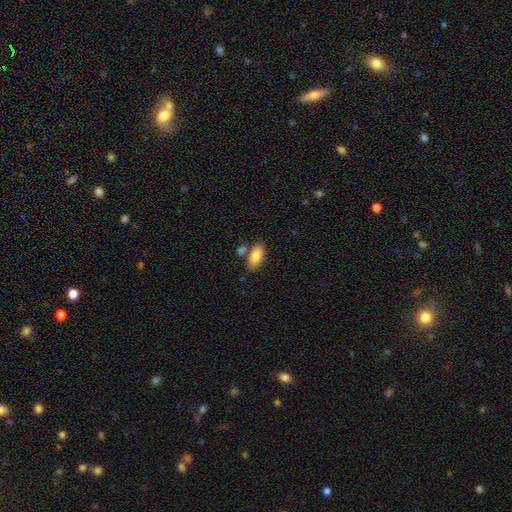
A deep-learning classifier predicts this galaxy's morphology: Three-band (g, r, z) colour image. It shows a smooth galaxy with no disk features (85%) that is in between round and cigar-shaped (91%). Merging: none (71%).